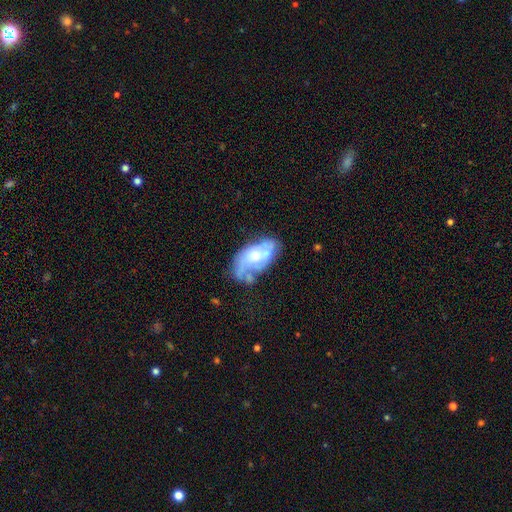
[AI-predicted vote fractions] This appears to be a featured or disk galaxy (64%) with no bar (72%), spiral arms (64%) and a moderate central bulge (52%). Merging: none (40%).